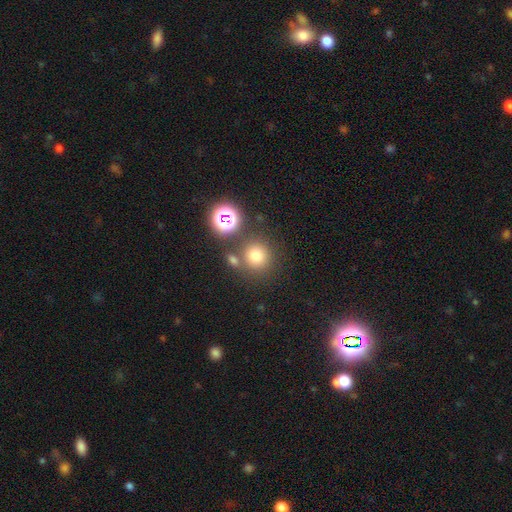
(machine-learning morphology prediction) Smooth or featured: smooth — 73% (star or artifact — 19%)
How rounded: round — 91% (in between — 8%)
Merging: none — 71% (merger — 15%)